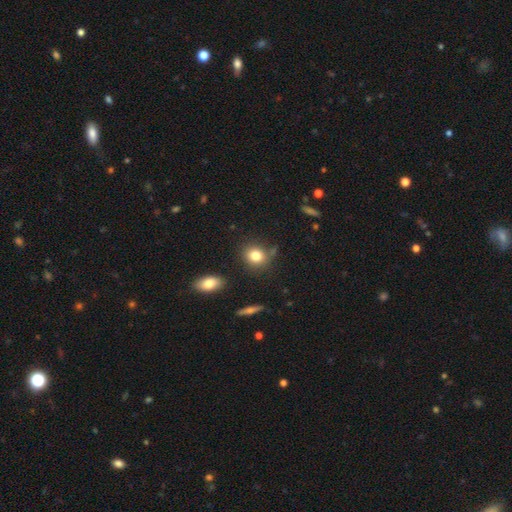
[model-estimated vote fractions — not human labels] smooth 81%, star or artifact 10%, featured or disk 9%. Down the decision tree: how rounded — round (68%); merging — none (77%).